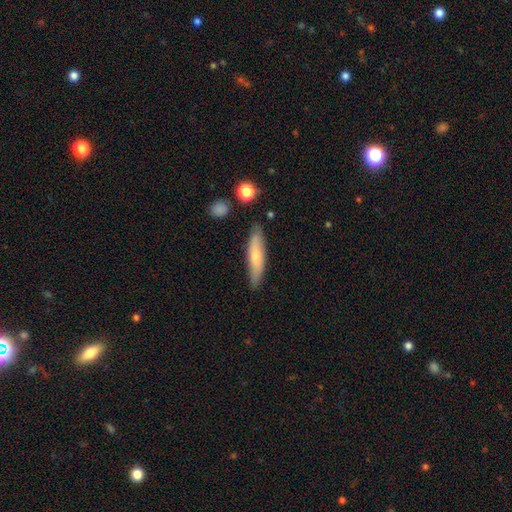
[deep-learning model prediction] A smooth galaxy with no disk features (59%) that is cigar-shaped (77%). Merging: none (83%).